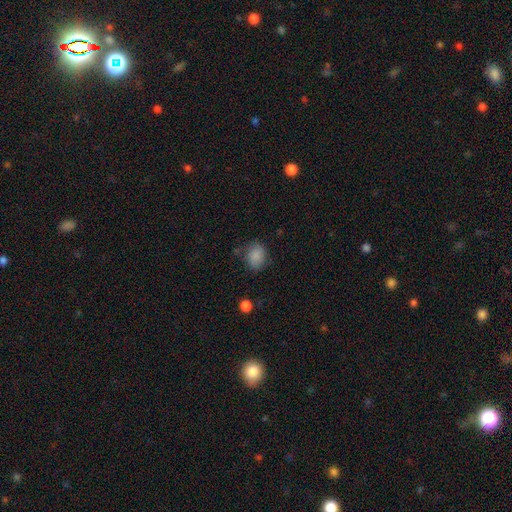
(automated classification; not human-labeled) Smooth or featured?
  - smooth: 85% *
  - star or artifact: 9%
  - featured or disk: 5%
How rounded?
  - round: 51% *
  - in between: 48%
  - cigar-shaped: 1%
Merging?
  - none: 72% *
  - minor disturbance: 20%
  - major disturbance: 5%
  - merger: 3%